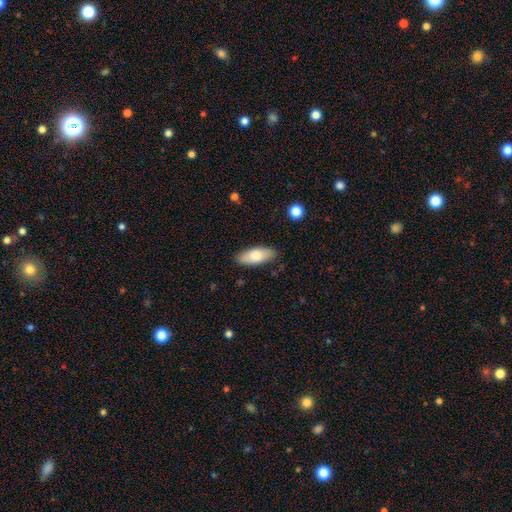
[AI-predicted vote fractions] The model was most divided on "smooth or featured": smooth: 78%, featured or disk: 16%, star or artifact: 6%. More confident: merging — none (85%); how rounded — in between (81%).